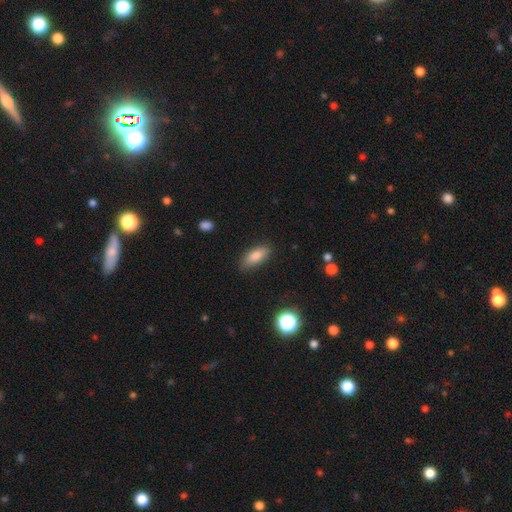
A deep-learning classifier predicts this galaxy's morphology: smooth 83%, featured or disk 9%, star or artifact 8%. Down the decision tree: how rounded — in between (80%); merging — none (84%).